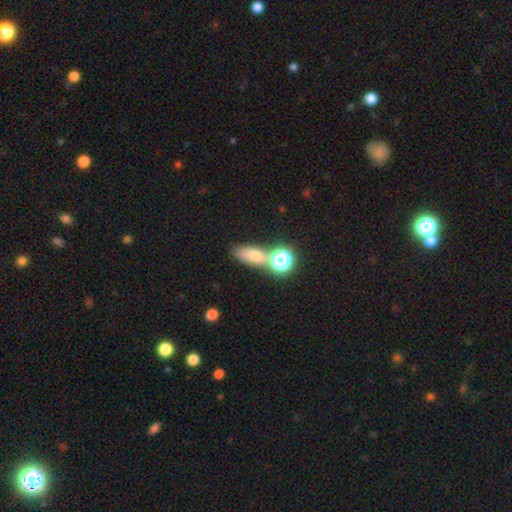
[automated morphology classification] Overall: smooth (63%; star or artifact 23%). How rounded: in between (61%; round 24%). Merging: none (58%; merger 25%).